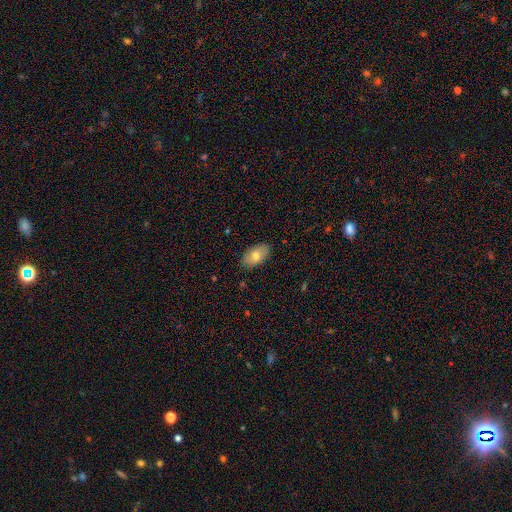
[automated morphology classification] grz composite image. It shows a smooth galaxy with no disk features (73%) that is in between round and cigar-shaped (94%). Merging: none (86%).